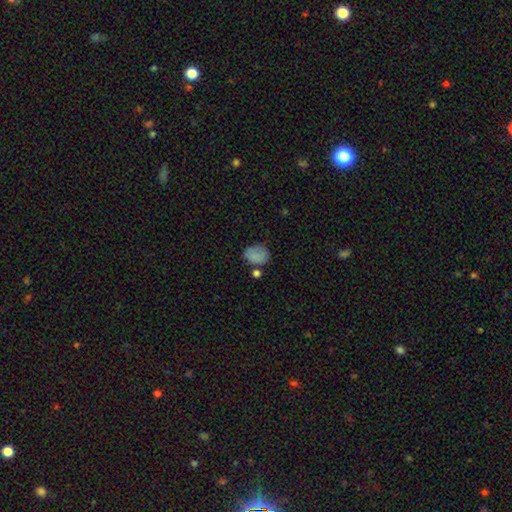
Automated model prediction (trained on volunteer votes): Q: Smooth or featured?
A: smooth (83%); runner-up: star or artifact (10%)
Q: How rounded?
A: in between (69%); runner-up: round (30%)
Q: Merging?
A: none (59%); runner-up: minor disturbance (22%)